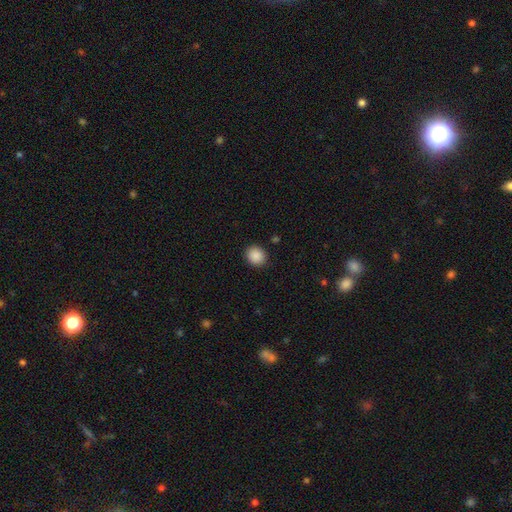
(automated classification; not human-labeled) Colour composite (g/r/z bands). It shows a smooth galaxy with no disk features (89%) that is round (81%). Merging: none (90%).